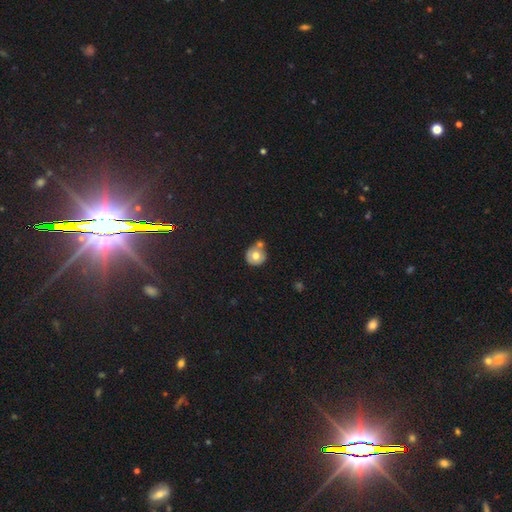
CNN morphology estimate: This is likely a smooth galaxy (68%). How rounded: clearly round (86%). Merging: possibly none (50%).